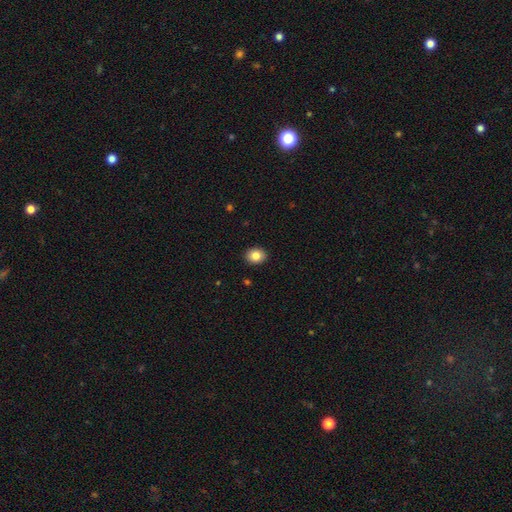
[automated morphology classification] This is clearly a smooth galaxy (85%). How rounded: possibly in between (54%). Merging: clearly none (91%).